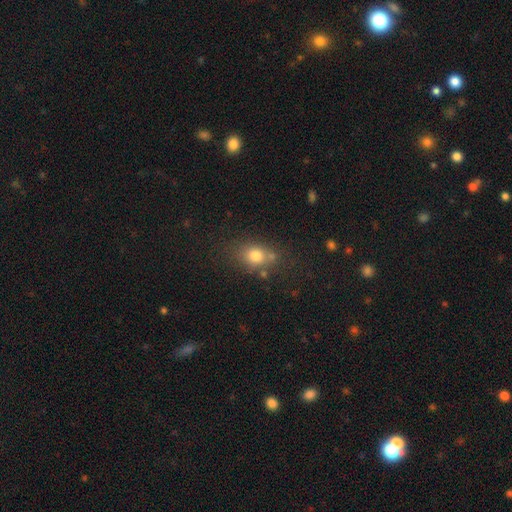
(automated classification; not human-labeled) smooth 76%, star or artifact 13%, featured or disk 11%. Down the decision tree: how rounded — round (51%); merging — none (64%).